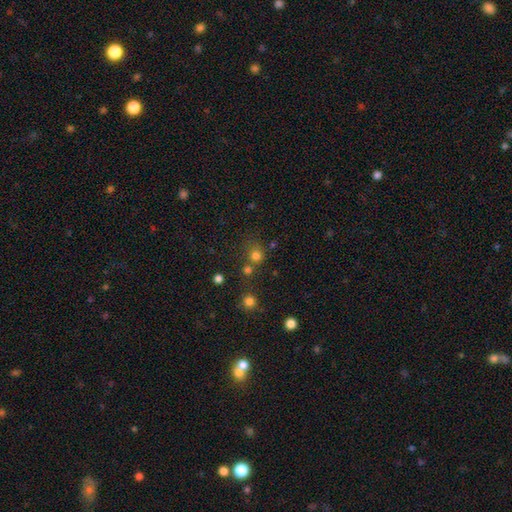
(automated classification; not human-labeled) Overall: smooth (74%). How rounded: round (86%). Merging: none (61%; merger 25%).